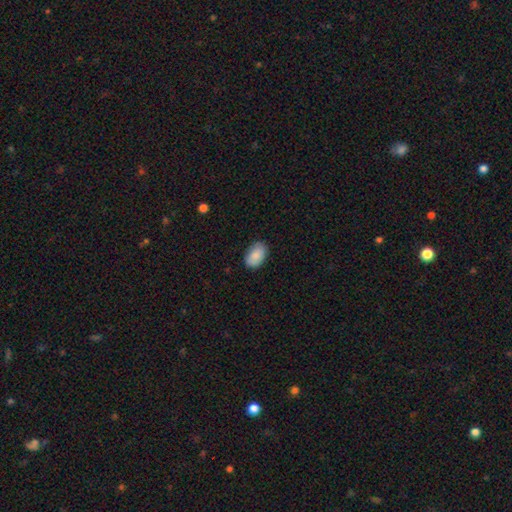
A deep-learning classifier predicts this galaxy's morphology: This is clearly a smooth galaxy (88%). How rounded: clearly in between (91%). Merging: clearly none (85%).